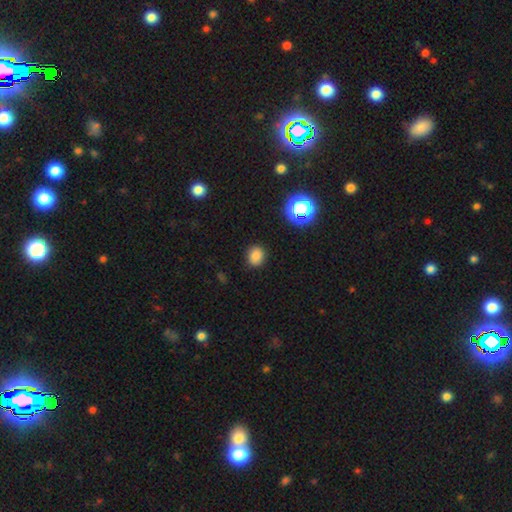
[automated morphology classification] The model was most divided on "how rounded": round: 65%, in between: 34%, cigar-shaped: 1%. More confident: merging — none (86%); smooth or featured — smooth (81%).